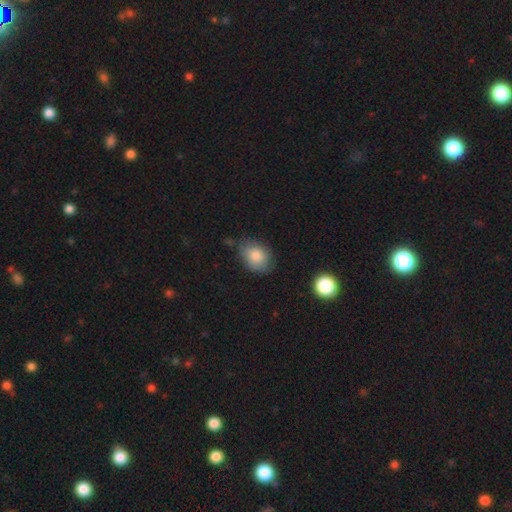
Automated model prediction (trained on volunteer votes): smooth_or_featured: smooth (p=0.83) [alt: featured or disk p=0.09]
how_rounded: in between (p=0.63) [alt: round p=0.36]
merging: none (p=0.64) [alt: minor disturbance p=0.27]